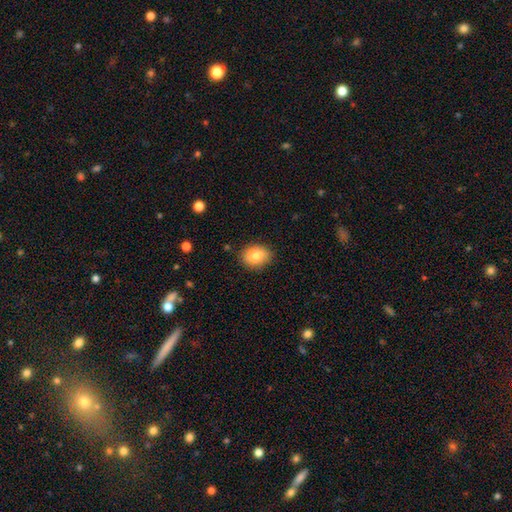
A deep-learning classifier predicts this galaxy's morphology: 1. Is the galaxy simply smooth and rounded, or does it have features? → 84% smooth, 8% star or artifact, 8% featured or disk.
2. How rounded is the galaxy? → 63% in between, 36% round, 1% cigar-shaped.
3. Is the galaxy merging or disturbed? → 84% none, 12% minor disturbance, 3% major disturbance, 1% merger.